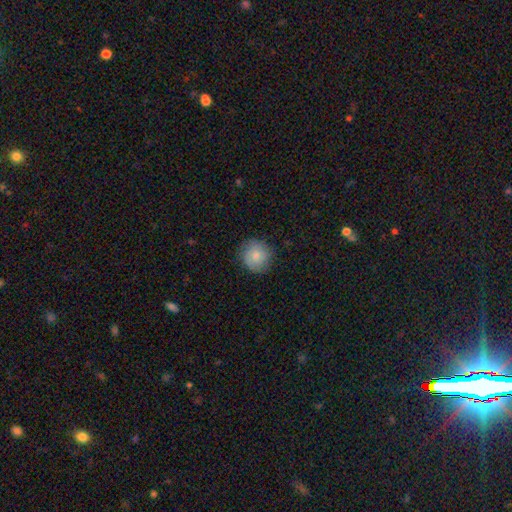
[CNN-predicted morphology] smooth_or_featured: smooth (p=0.76) [alt: featured or disk p=0.17]
how_rounded: round (p=0.91) [alt: in between p=0.08]
merging: none (p=0.81) [alt: minor disturbance p=0.15]